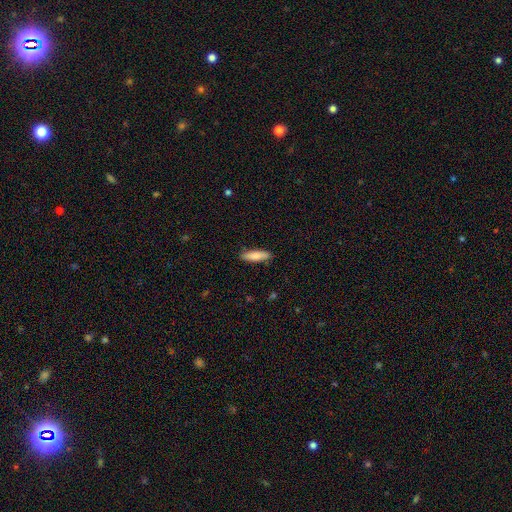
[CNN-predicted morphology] Smooth or featured? smooth (81%)
How rounded? cigar-shaped (65%)
Merging? none (87%)